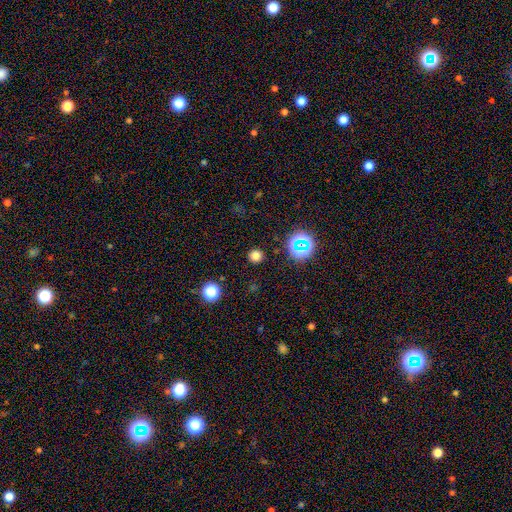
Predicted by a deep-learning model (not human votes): This is likely a smooth galaxy (75%). How rounded: clearly round (93%). Merging: clearly none (90%).